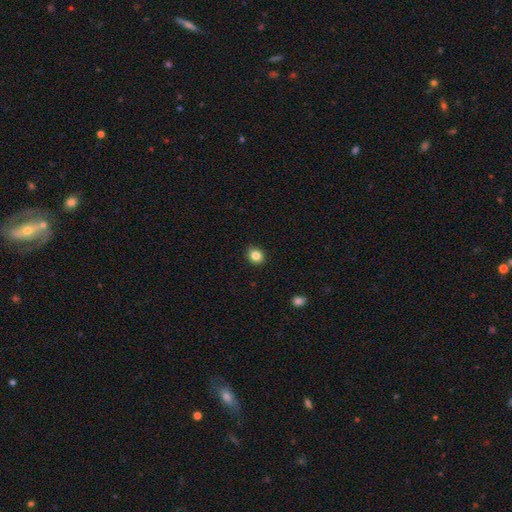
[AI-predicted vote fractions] Smooth or featured? smooth (85%)
How rounded? round (69%)
Merging? none (89%)